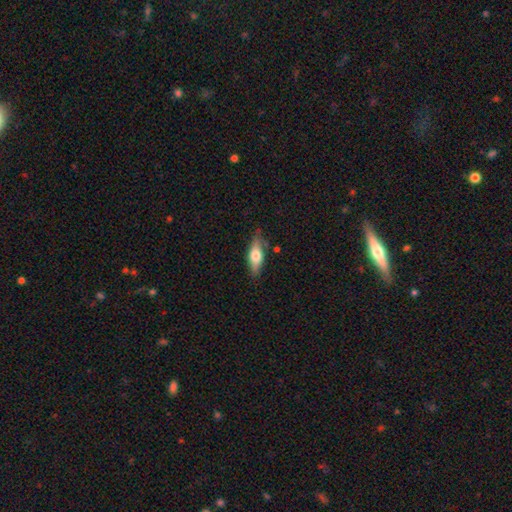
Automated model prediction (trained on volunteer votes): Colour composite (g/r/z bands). It shows a smooth galaxy with no disk features (59%) that is in between round and cigar-shaped (63%). Merging: none (73%).